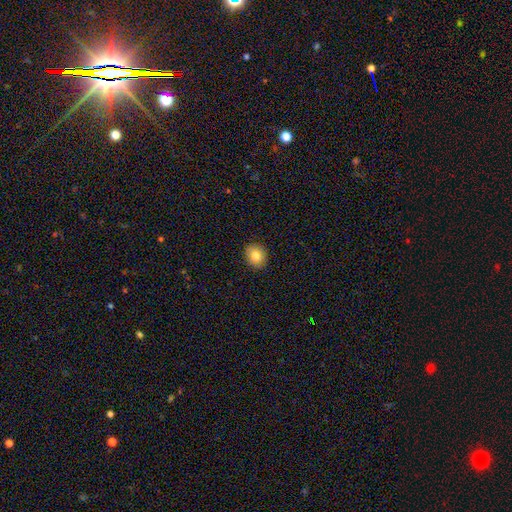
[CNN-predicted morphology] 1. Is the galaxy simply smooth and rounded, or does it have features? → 83% smooth, 9% star or artifact, 8% featured or disk.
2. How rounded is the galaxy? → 68% round, 31% in between, 1% cigar-shaped.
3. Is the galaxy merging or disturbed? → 90% none, 7% minor disturbance, 2% major disturbance, 1% merger.